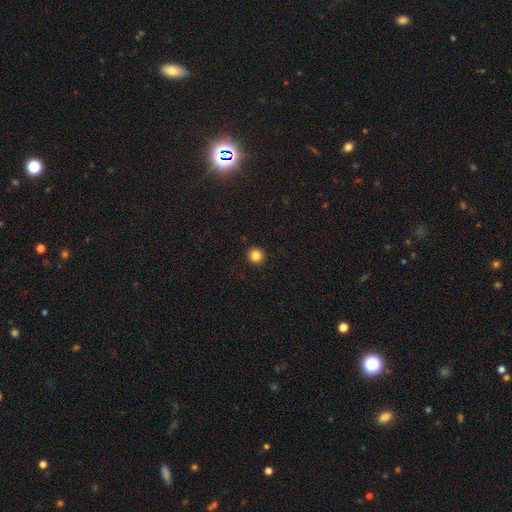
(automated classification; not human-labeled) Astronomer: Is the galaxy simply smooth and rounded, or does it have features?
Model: smooth — 84%.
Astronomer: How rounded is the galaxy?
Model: round — 95%.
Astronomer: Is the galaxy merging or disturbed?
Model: none — 93%.